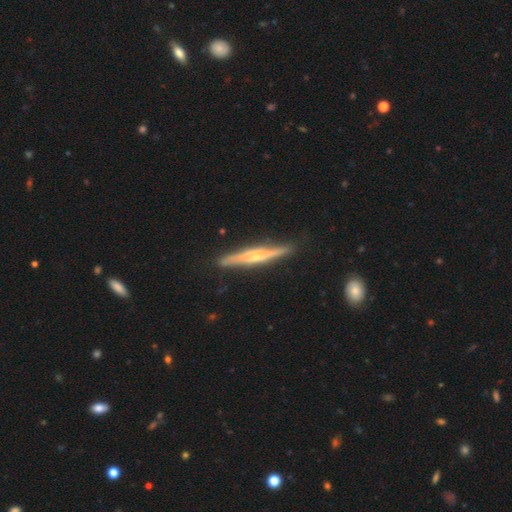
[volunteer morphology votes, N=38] A featured or disk galaxy (68%) viewed edge-on (96%) with a rounded central bulge (72%). Merging: none (80%).